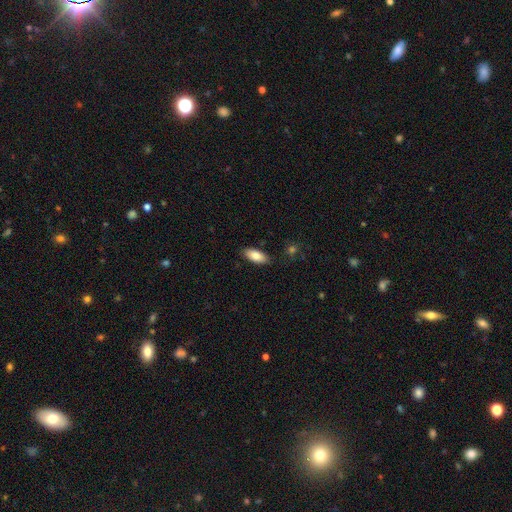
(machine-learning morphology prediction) Smooth or featured? smooth (84%)
How rounded? in between (87%)
Merging? none (86%)